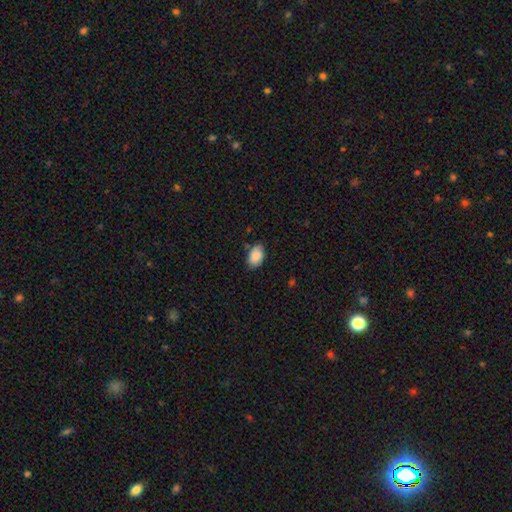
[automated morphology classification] Smooth or featured? smooth (89%)
How rounded? in between (89%)
Merging? none (72%)